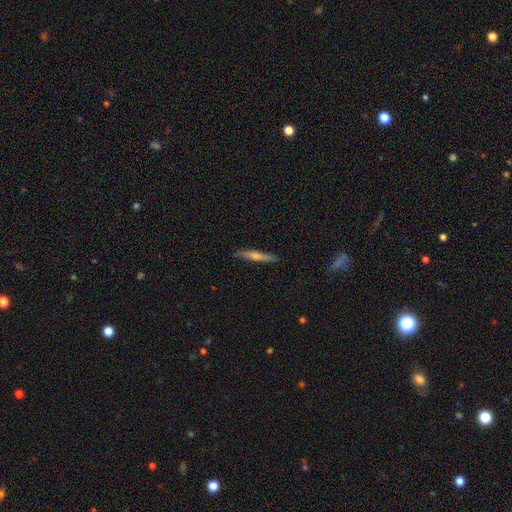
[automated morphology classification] This is possibly a featured or disk galaxy (55%). It is clearly viewed edge-on (95%). Edge-on bulge: clearly rounded (80%). Merging: clearly none (88%).